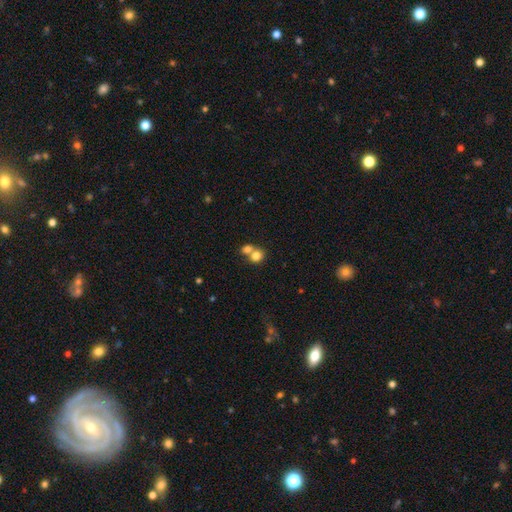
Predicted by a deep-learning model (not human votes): A smooth galaxy with no disk features (78%) that is round (74%).

Vote fractions:
- Smooth or featured? smooth: 78% / featured or disk: 11% / star or artifact: 11%
- How rounded? round: 74% / in between: 25% / cigar-shaped: 1%
- Merging? merger: 58% / none: 34% / minor disturbance: 6% / major disturbance: 3%